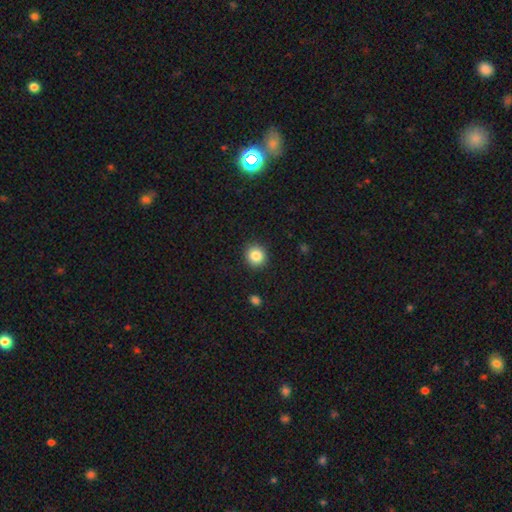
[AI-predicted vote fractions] This appears to be a smooth galaxy with no disk features (85%) that is round (88%). Merging: none (91%).